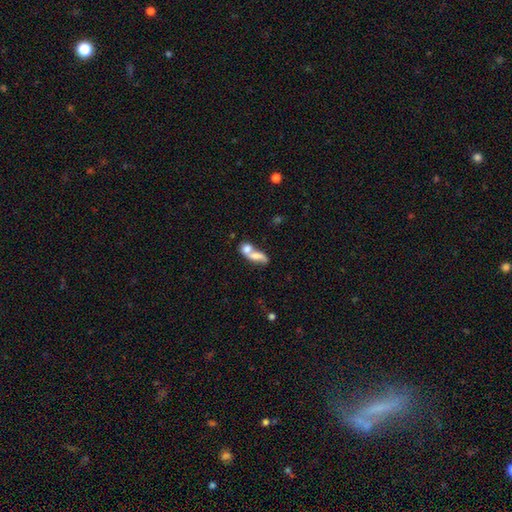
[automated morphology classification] Smooth or featured? Predicted: smooth (p=0.58). How rounded? Predicted: in between (p=0.63). Merging? Predicted: merger (p=0.64).